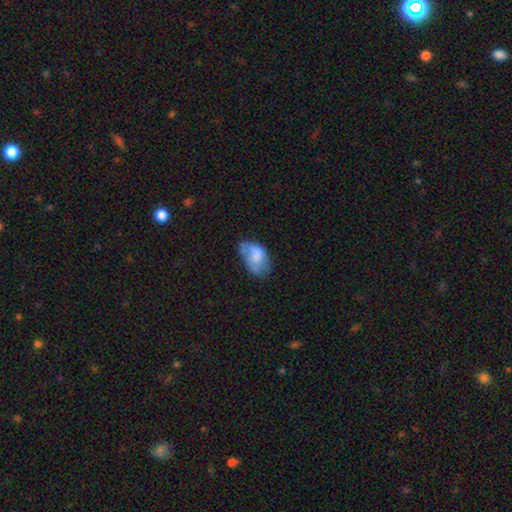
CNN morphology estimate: A smooth galaxy with no disk features (60%) that is in between round and cigar-shaped (91%). Merging: none (41%).